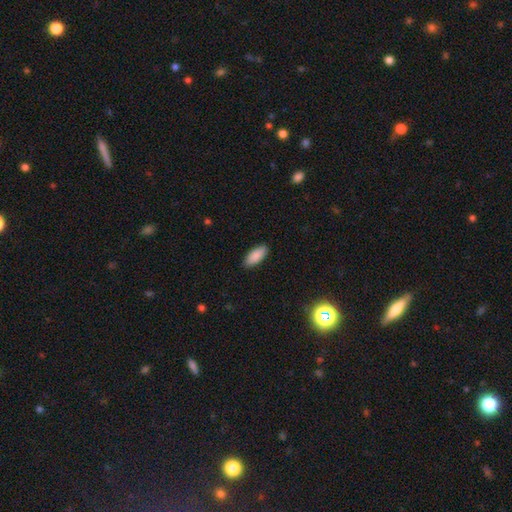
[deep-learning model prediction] Smooth or featured?
  - smooth: 89% *
  - star or artifact: 7%
  - featured or disk: 5%
How rounded?
  - in between: 84% *
  - cigar-shaped: 14%
  - round: 2%
Merging?
  - none: 89% *
  - minor disturbance: 8%
  - major disturbance: 2%
  - merger: 1%